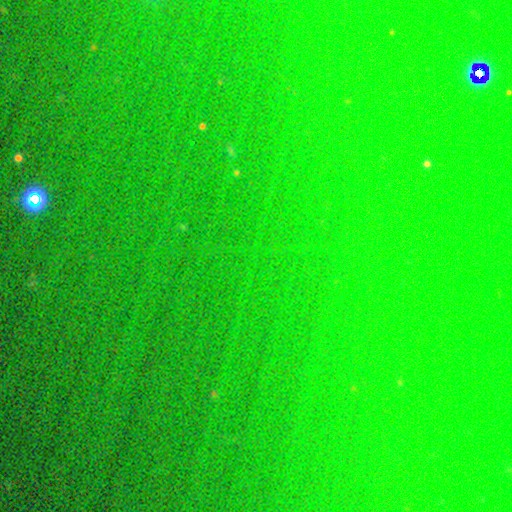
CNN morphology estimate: A star or artifact, not a galaxy (81%).